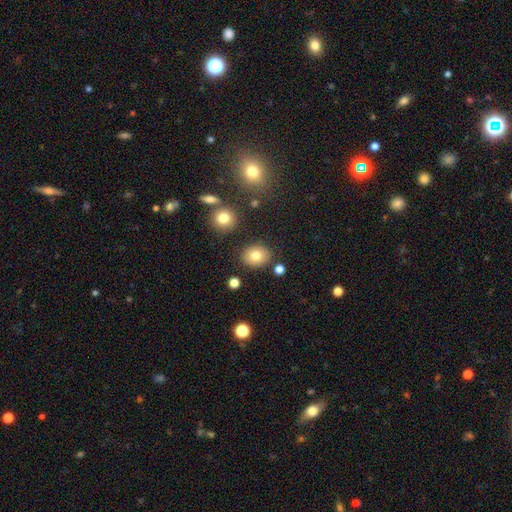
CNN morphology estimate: smooth 79%, star or artifact 11%, featured or disk 10%. Down the decision tree: how rounded — round (59%); merging — none (85%).